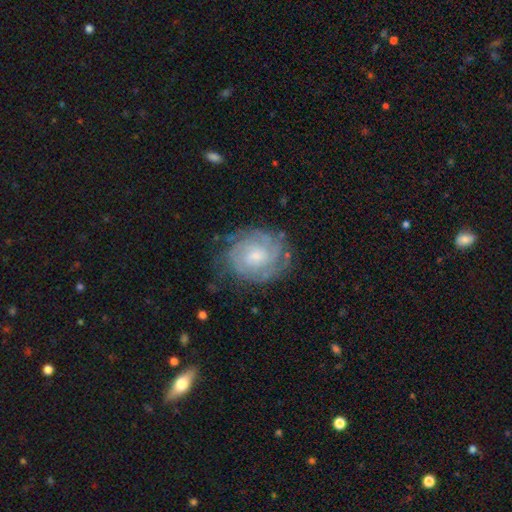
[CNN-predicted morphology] A featured or disk galaxy (78%) with no bar (70%), tight (72%) spiral arms (92%) and a small central bulge (63%).

Vote fractions:
- Smooth or featured? featured or disk: 78% / smooth: 16% / star or artifact: 6%
- Edge-on disk? no: 97% / yes: 3%
- Bar? no: 70% / weak: 26% / strong: 4%
- Spiral arms? yes: 92% / no: 8%
- Spiral winding? tight: 72% / medium: 23% / loose: 6%
- Spiral arm count? can't tell: 45% / 2: 19% / 3: 15% / 4: 11% / more than 4: 5% / 1: 5%
- Bulge size? small: 63% / moderate: 29% / none: 4% / large: 3% / dominant: 1%
- Merging? none: 71% / minor disturbance: 20% / major disturbance: 8% / merger: 1%